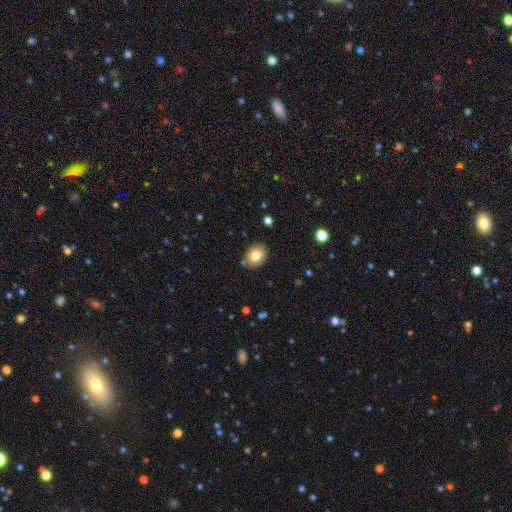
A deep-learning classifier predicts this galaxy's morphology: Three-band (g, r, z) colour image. It shows a smooth galaxy with no disk features (80%) that is round (53%). Merging: none (85%).